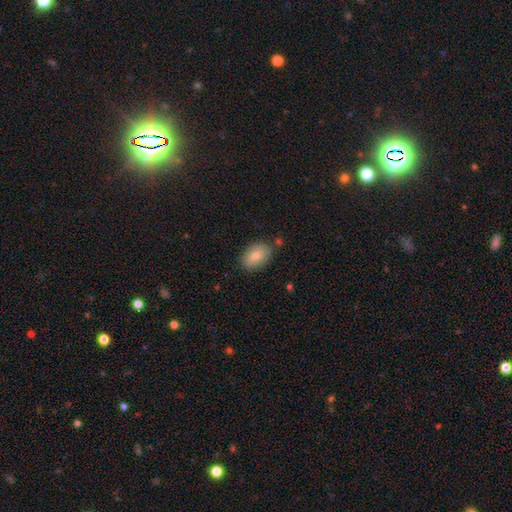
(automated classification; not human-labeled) A smooth galaxy with no disk features (83%) that is in between round and cigar-shaped (87%).

Vote fractions:
- Smooth or featured? smooth: 83% / featured or disk: 10% / star or artifact: 7%
- How rounded? in between: 87% / round: 12% / cigar-shaped: 1%
- Merging? none: 78% / minor disturbance: 15% / merger: 4% / major disturbance: 3%